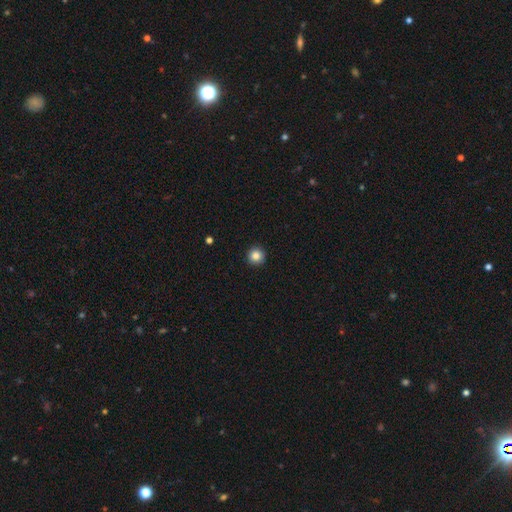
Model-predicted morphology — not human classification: A smooth galaxy with no disk features (85%) that is round (96%).

Vote fractions:
- Smooth or featured? smooth: 85% / star or artifact: 10% / featured or disk: 5%
- How rounded? round: 96% / in between: 3% / cigar-shaped: 1%
- Merging? none: 94% / minor disturbance: 4% / major disturbance: 1% / merger: 1%